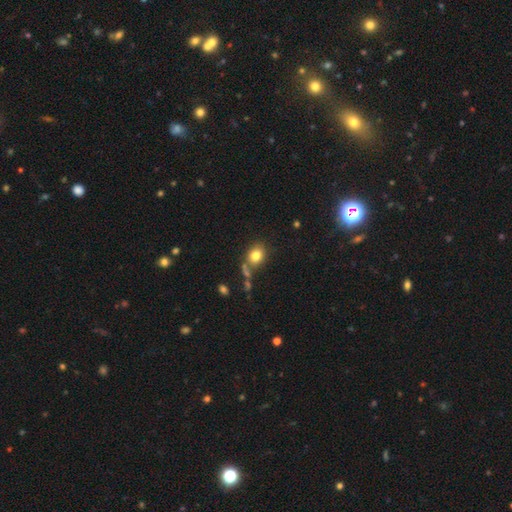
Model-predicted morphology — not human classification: Overall: smooth (80%). How rounded: round (56%; in between 43%). Merging: none (62%).